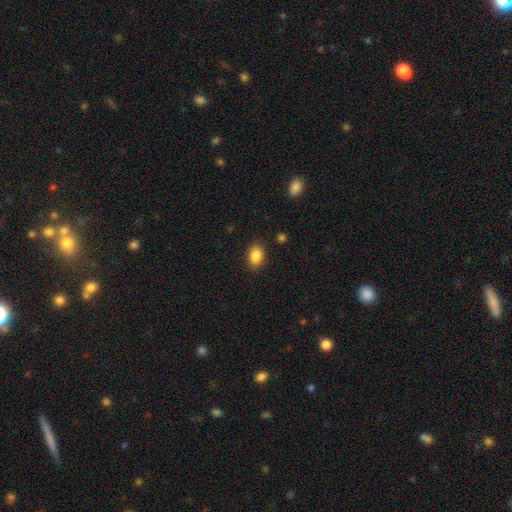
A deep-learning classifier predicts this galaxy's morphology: This appears to be a smooth galaxy with no disk features (88%) that is in between round and cigar-shaped (85%). Merging: none (86%).